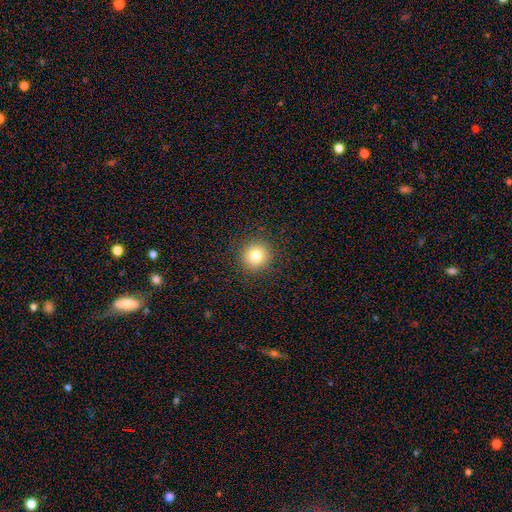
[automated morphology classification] Smooth or featured? smooth (80%)
How rounded? round (94%)
Merging? none (91%)